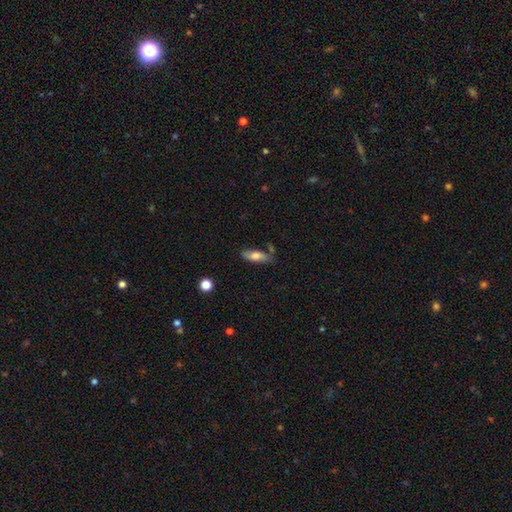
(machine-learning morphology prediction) The model was most divided on "how rounded": in between: 63%, cigar-shaped: 34%, round: 3%. More confident: merging — none (72%); smooth or featured — smooth (68%).